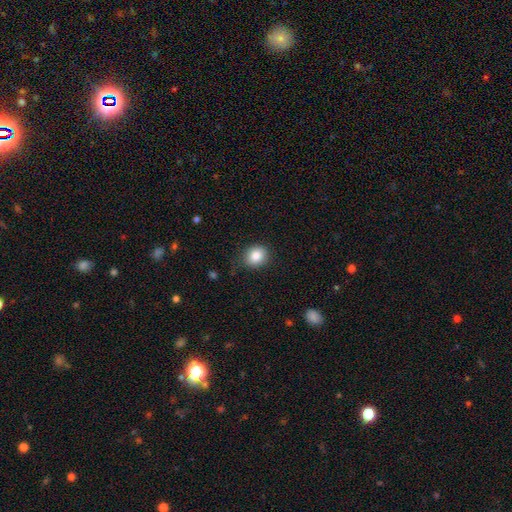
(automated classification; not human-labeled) Q: Smooth or featured?
A: smooth (84%); runner-up: star or artifact (9%)
Q: How rounded?
A: round (66%); runner-up: in between (33%)
Q: Merging?
A: none (82%); runner-up: minor disturbance (14%)